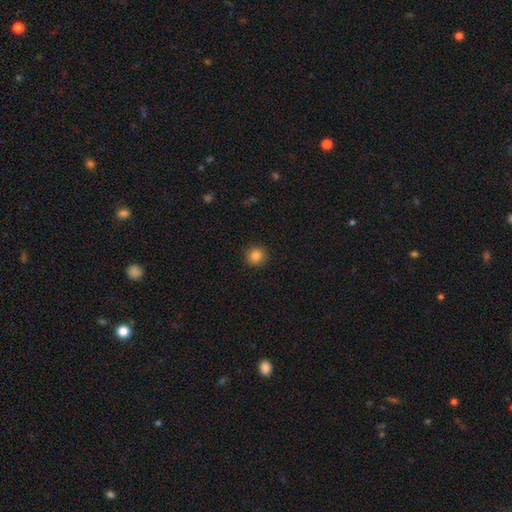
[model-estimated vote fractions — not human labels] Overall: smooth (85%). How rounded: round (90%). Merging: none (90%).